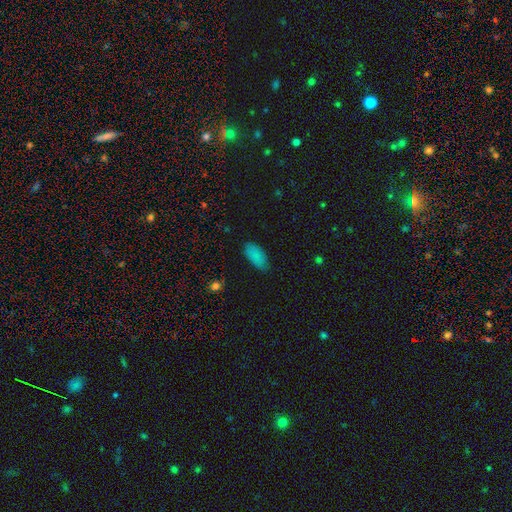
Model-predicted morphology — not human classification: Overall: smooth (86%). How rounded: in between (92%). Merging: none (80%).